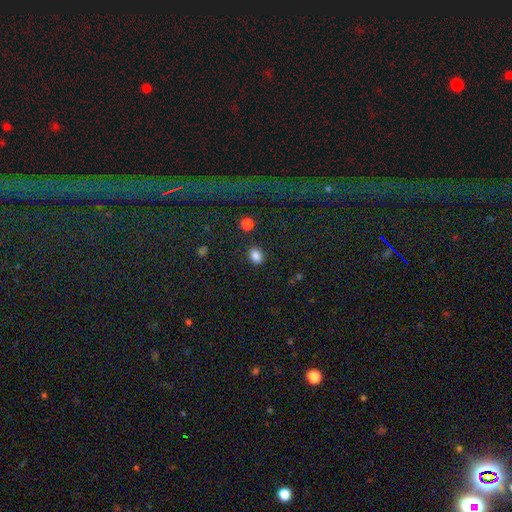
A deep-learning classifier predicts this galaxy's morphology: Smooth or featured?
  - smooth: 85% *
  - star or artifact: 10%
  - featured or disk: 4%
How rounded?
  - in between: 65% *
  - round: 34%
  - cigar-shaped: 1%
Merging?
  - none: 86% *
  - minor disturbance: 9%
  - major disturbance: 3%
  - merger: 3%